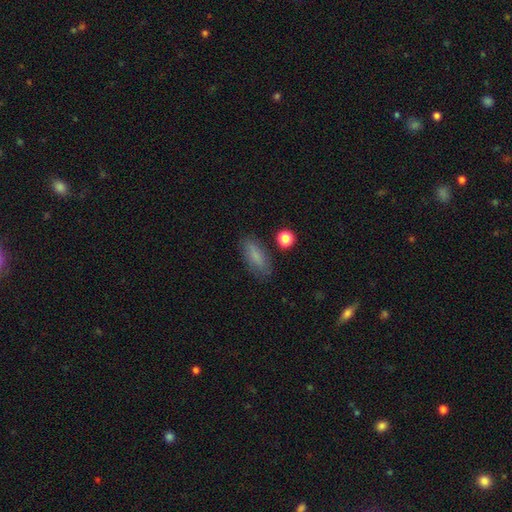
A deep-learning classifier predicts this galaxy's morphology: Q: Smooth or featured?
A: smooth (79%); runner-up: featured or disk (11%)
Q: How rounded?
A: in between (67%); runner-up: cigar-shaped (29%)
Q: Merging?
A: none (80%); runner-up: minor disturbance (13%)